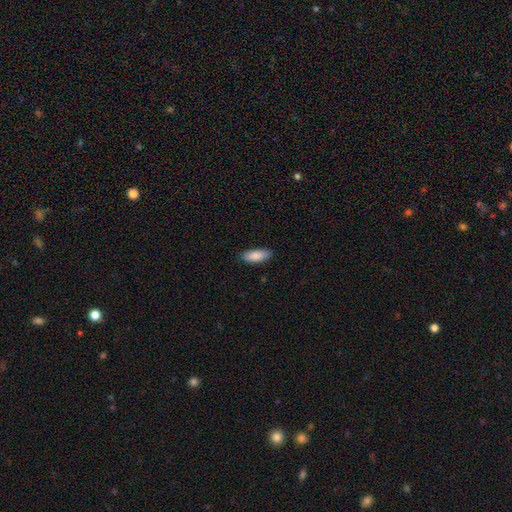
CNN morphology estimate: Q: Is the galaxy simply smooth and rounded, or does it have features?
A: smooth — 88%.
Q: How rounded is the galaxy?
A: in between — 78%.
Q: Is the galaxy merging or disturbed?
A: none — 86%.